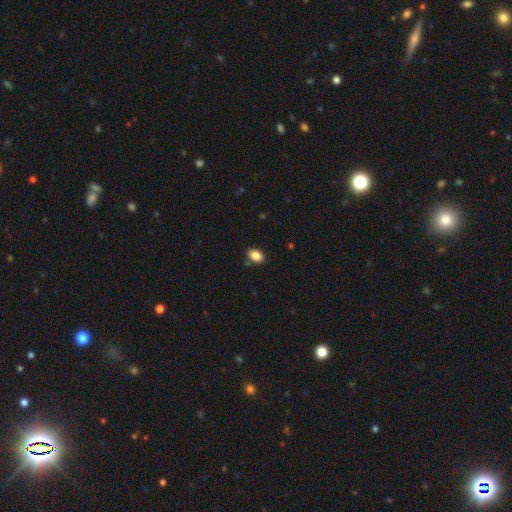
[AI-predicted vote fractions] Overall: smooth (86%). How rounded: in between (82%). Merging: none (80%).